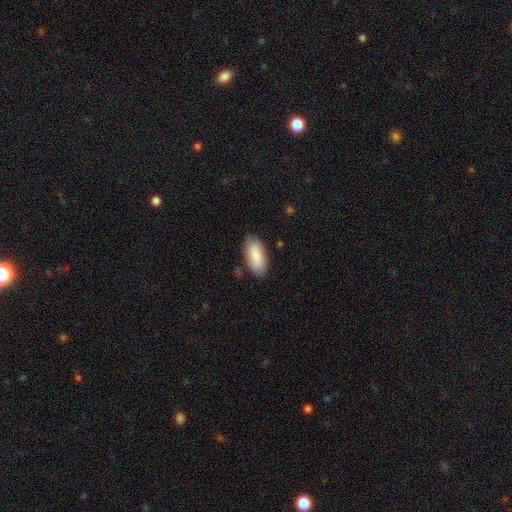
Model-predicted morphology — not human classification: A smooth galaxy with no disk features (83%) that is in between round and cigar-shaped (91%). Merging: none (77%).